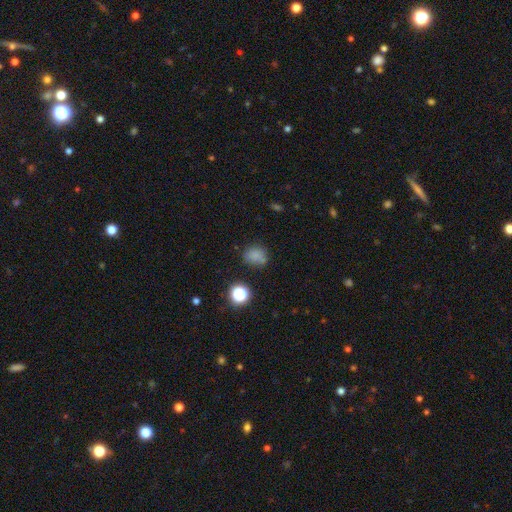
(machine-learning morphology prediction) smooth-or-featured: smooth: 76% | star or artifact: 17% | featured or disk: 8%
  how-rounded: round: 66% | in between: 33% | cigar-shaped: 1%
  merging: none: 67% | minor disturbance: 19% | merger: 8% | major disturbance: 6%